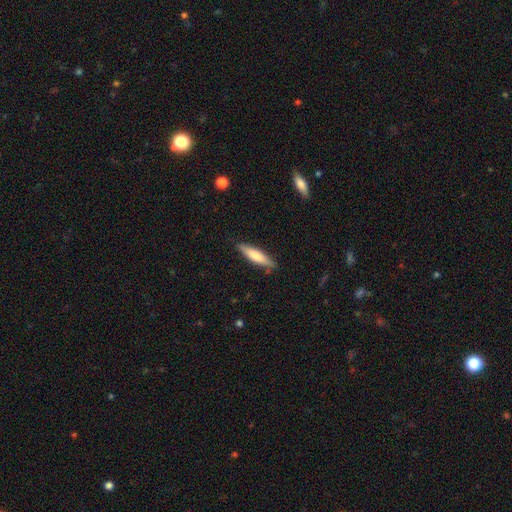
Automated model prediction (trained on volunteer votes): Smooth or featured: smooth — 69% (featured or disk — 25%)
How rounded: cigar-shaped — 76% (in between — 23%)
Merging: none — 85% (minor disturbance — 12%)